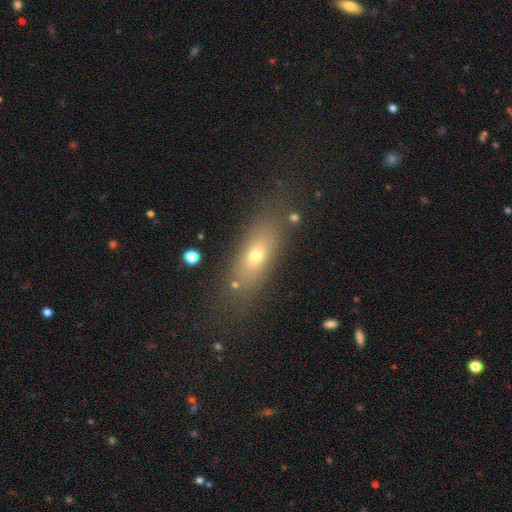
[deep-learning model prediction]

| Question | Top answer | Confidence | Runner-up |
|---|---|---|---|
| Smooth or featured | smooth | 63% | featured or disk (21%) |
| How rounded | in between | 58% | cigar-shaped (34%) |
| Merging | none | 79% | minor disturbance (12%) |